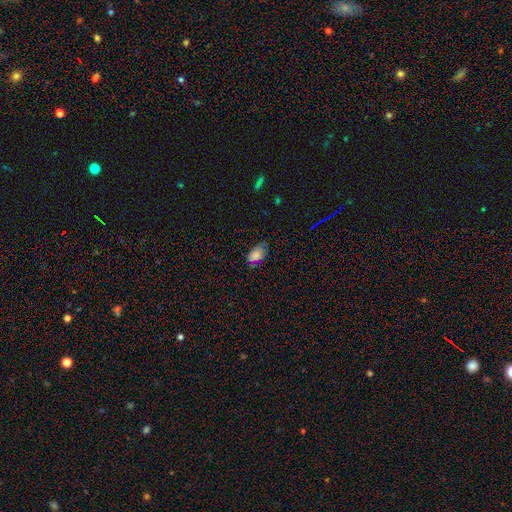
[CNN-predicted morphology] Q: Smooth or featured?
A: smooth (74%); runner-up: star or artifact (14%)
Q: How rounded?
A: in between (92%); runner-up: round (5%)
Q: Merging?
A: none (70%); runner-up: minor disturbance (23%)